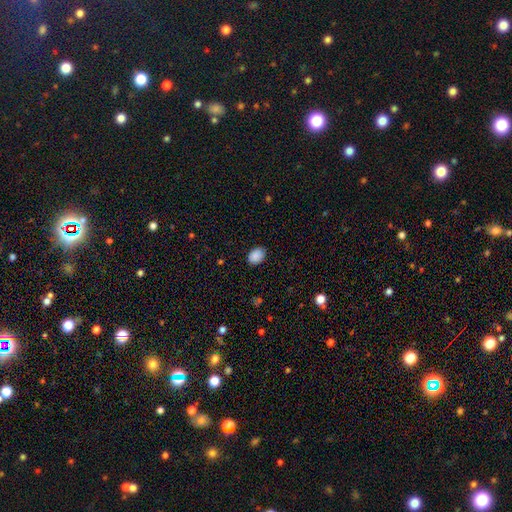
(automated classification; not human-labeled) This appears to be a smooth galaxy with no disk features (89%) that is in between round and cigar-shaped (79%). Merging: none (86%).